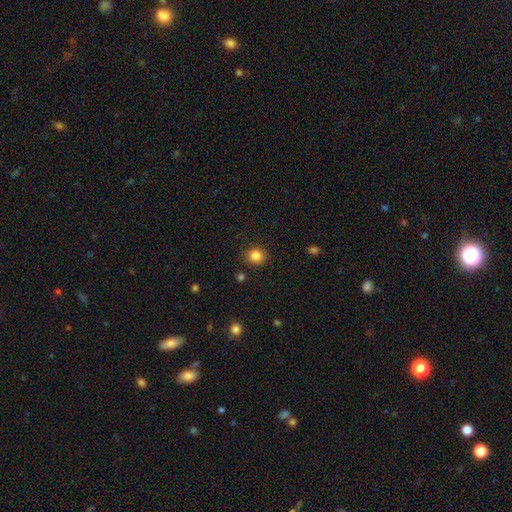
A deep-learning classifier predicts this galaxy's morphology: Overall: smooth (85%). How rounded: round (83%). Merging: none (88%).